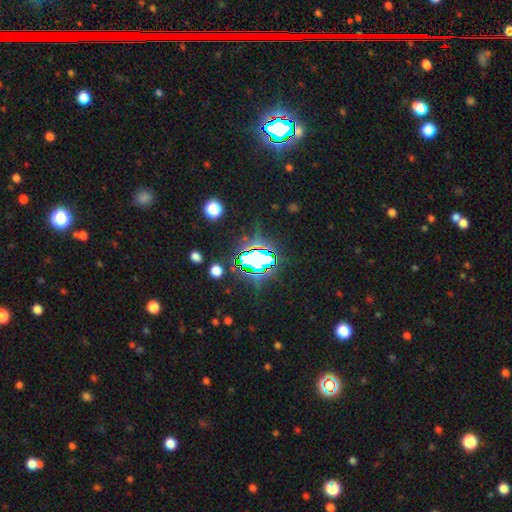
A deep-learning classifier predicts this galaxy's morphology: The model was most divided on "smooth or featured": star or artifact: 65%, smooth: 22%, featured or disk: 12%.